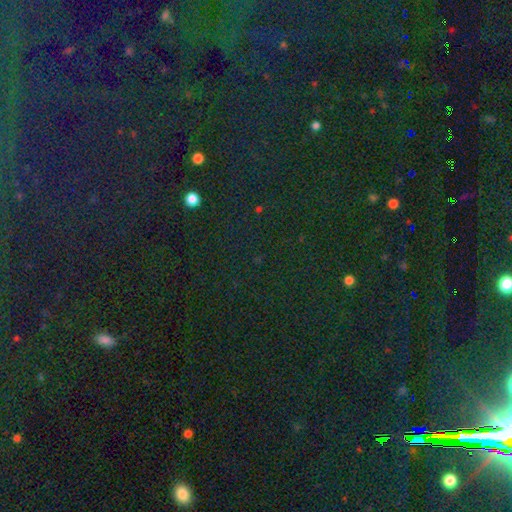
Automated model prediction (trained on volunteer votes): The model was most divided on "smooth or featured": star or artifact: 82%, smooth: 11%, featured or disk: 7%.